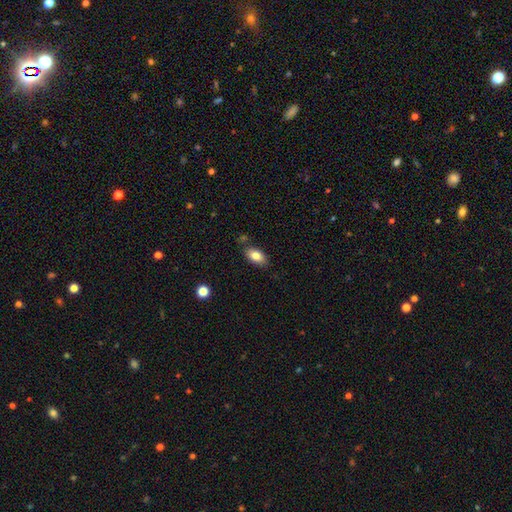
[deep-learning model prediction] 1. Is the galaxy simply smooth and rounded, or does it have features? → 82% smooth, 10% featured or disk, 8% star or artifact.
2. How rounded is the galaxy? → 92% in between, 5% round, 4% cigar-shaped.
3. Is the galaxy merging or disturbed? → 78% none, 14% minor disturbance, 5% merger, 3% major disturbance.